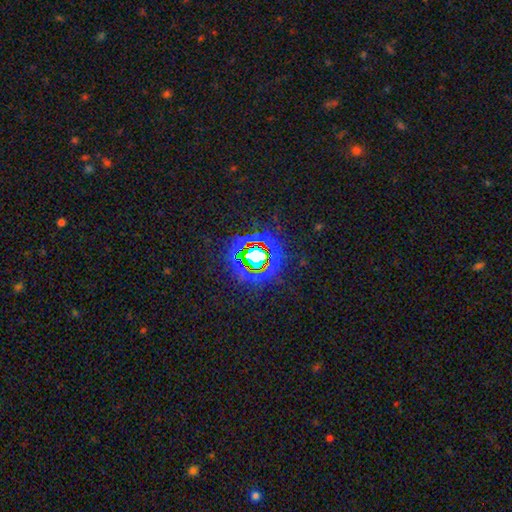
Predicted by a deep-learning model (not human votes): Q: Smooth or featured?
A: star or artifact (81%); runner-up: smooth (10%)